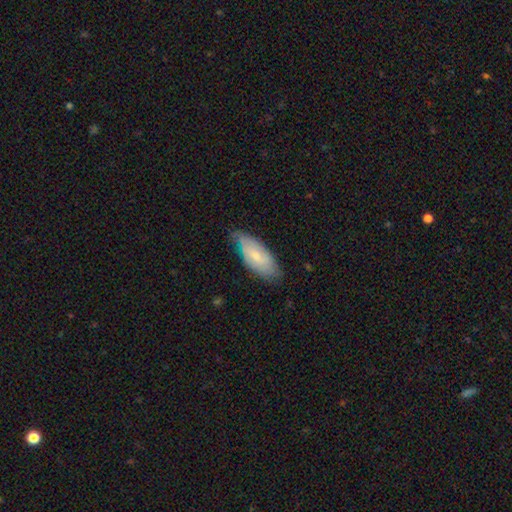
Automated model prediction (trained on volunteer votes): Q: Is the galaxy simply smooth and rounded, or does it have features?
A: smooth — 58%.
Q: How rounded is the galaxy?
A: in between — 82%.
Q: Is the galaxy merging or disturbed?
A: none — 61%.